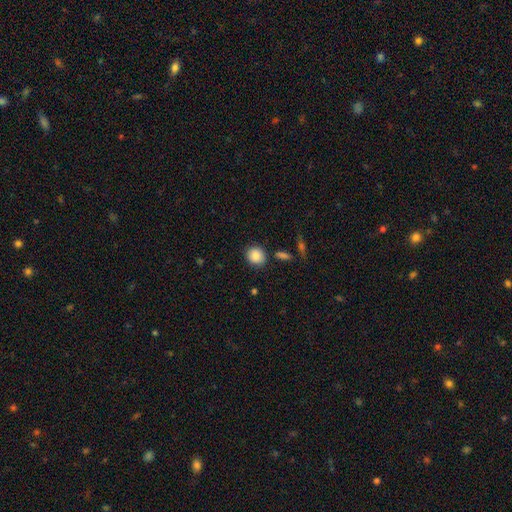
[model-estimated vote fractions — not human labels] Morphology: type=smooth (87%); roundness=round (77%); merging=none (83%).